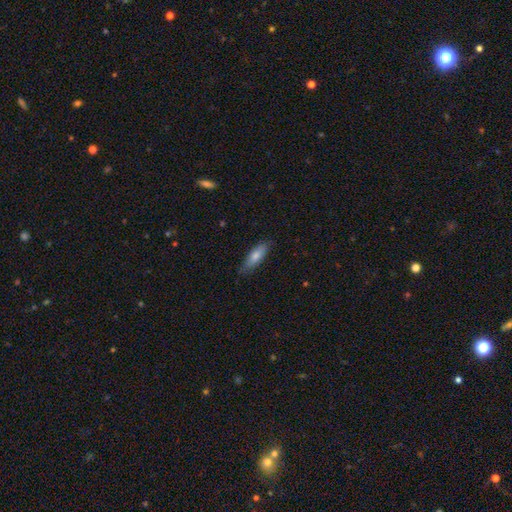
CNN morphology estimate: A smooth galaxy with no disk features (73%) that is in between round and cigar-shaped (50%).

Vote fractions:
- Smooth or featured? smooth: 73% / featured or disk: 21% / star or artifact: 6%
- How rounded? in between: 50% / cigar-shaped: 48% / round: 2%
- Merging? none: 80% / minor disturbance: 17% / major disturbance: 3% / merger: 1%